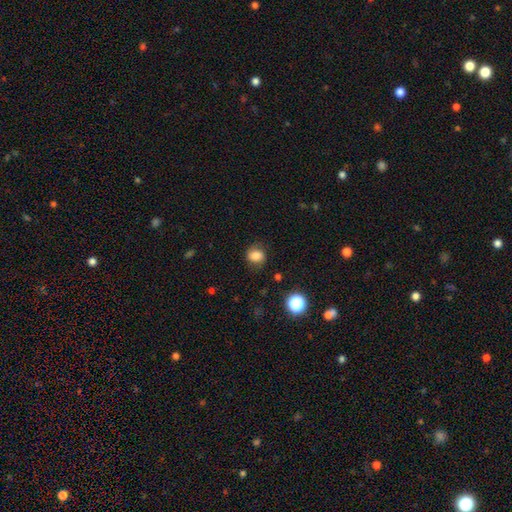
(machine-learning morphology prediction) Smooth or featured: smooth — 74% (featured or disk — 14%)
How rounded: round — 61% (in between — 37%)
Merging: none — 74% (minor disturbance — 18%)